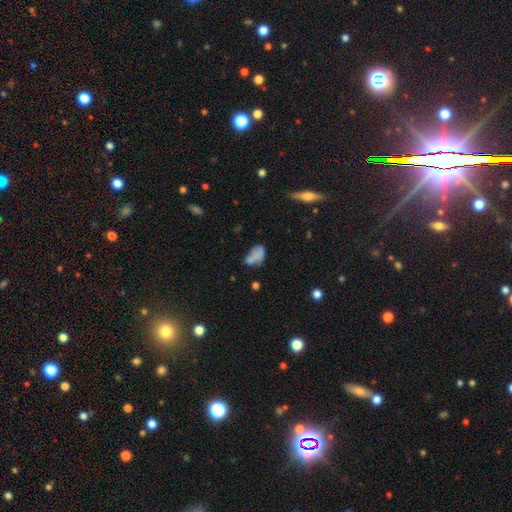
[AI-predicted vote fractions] smooth 63%, featured or disk 25%, star or artifact 12%. Down the decision tree: how rounded — in between (84%); merging — none (32%).